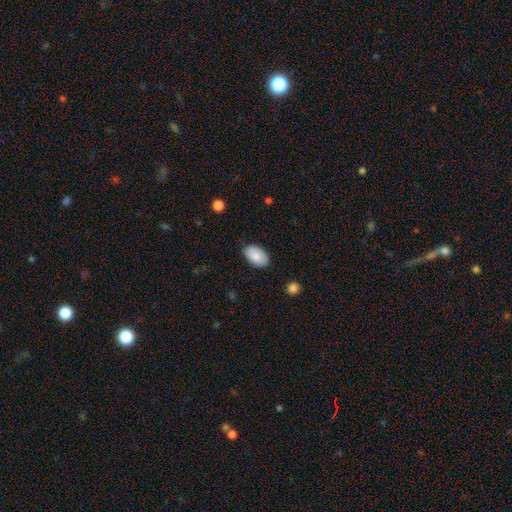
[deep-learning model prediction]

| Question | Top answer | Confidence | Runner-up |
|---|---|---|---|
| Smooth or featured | smooth | 85% | featured or disk (9%) |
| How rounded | in between | 93% | round (5%) |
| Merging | none | 84% | minor disturbance (13%) |